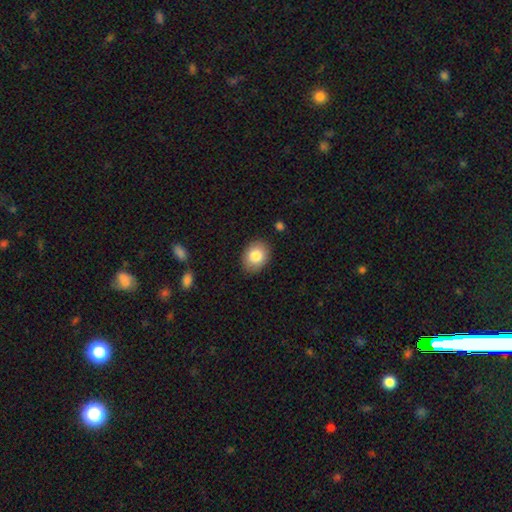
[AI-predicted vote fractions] Smooth or featured?
  - smooth: 83% *
  - featured or disk: 10%
  - star or artifact: 8%
How rounded?
  - in between: 62% *
  - round: 37%
  - cigar-shaped: 1%
Merging?
  - none: 86% *
  - minor disturbance: 10%
  - major disturbance: 2%
  - merger: 1%